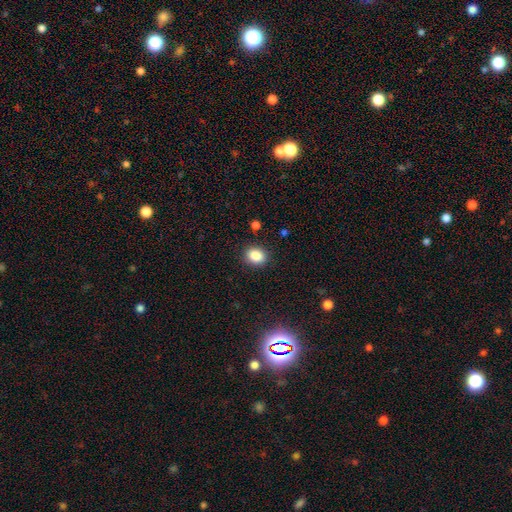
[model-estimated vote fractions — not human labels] This appears to be a smooth galaxy with no disk features (87%) that is round (54%). Merging: none (87%).